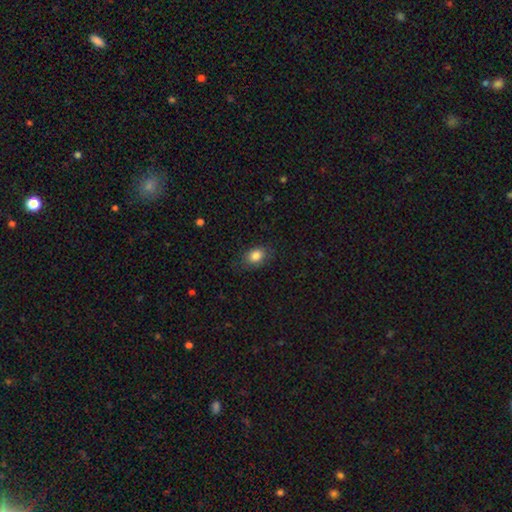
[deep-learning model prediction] This appears to be a smooth galaxy with no disk features (85%) that is in between round and cigar-shaped (70%). Merging: none (81%).